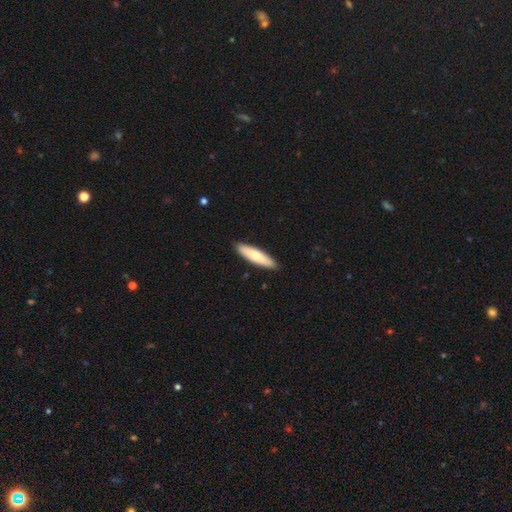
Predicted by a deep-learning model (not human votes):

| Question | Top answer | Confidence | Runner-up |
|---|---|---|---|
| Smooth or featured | smooth | 71% | featured or disk (24%) |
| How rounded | cigar-shaped | 67% | in between (31%) |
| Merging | none | 90% | minor disturbance (7%) |